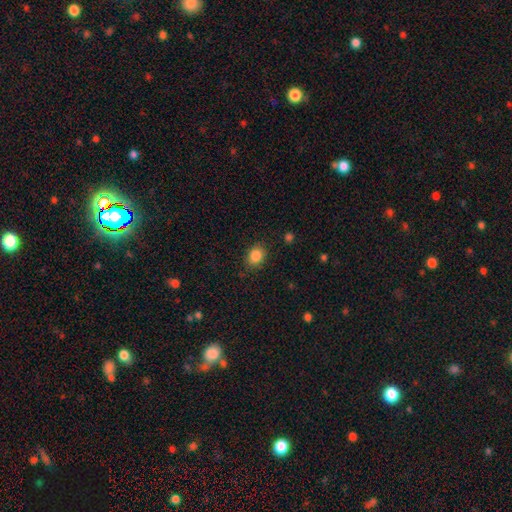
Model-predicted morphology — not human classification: This appears to be a smooth galaxy with no disk features (86%) that is in between round and cigar-shaped (55%). Merging: none (84%).